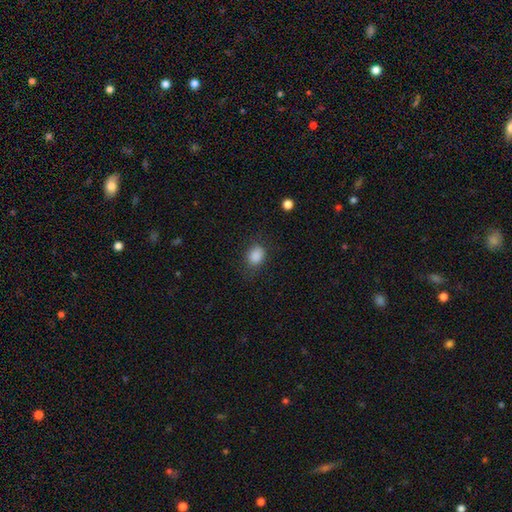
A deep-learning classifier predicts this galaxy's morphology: A smooth galaxy with no disk features (86%) that is in between round and cigar-shaped (59%). Merging: none (75%).